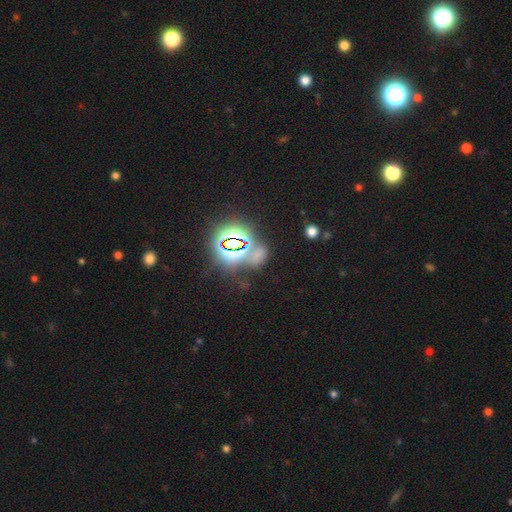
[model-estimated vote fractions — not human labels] Smooth or featured? star or artifact (67%)